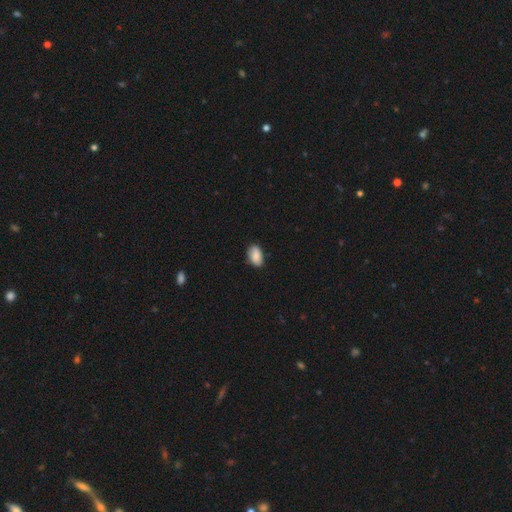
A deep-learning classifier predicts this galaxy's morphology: smooth_or_featured: smooth (p=0.88) [alt: star or artifact p=0.07]
how_rounded: in between (p=0.93) [alt: round p=0.05]
merging: none (p=0.81) [alt: minor disturbance p=0.15]